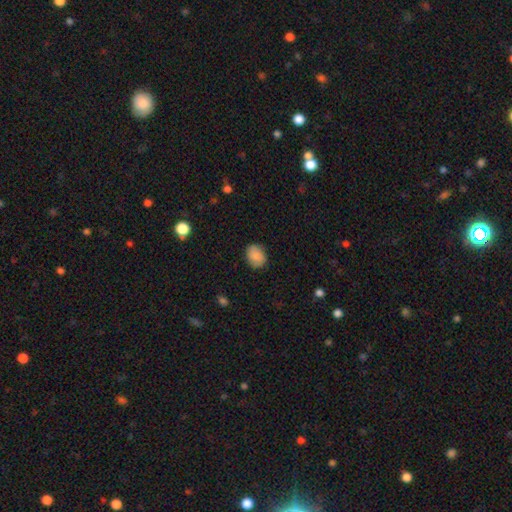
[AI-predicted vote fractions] Smooth or featured? Predicted: smooth (p=0.86). How rounded? Predicted: in between (p=0.57). Merging? Predicted: none (p=0.82).